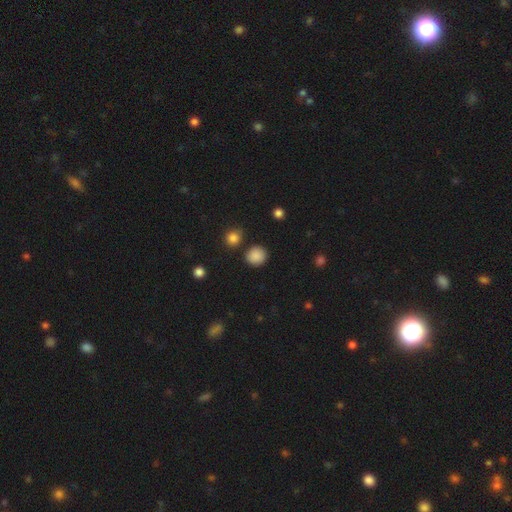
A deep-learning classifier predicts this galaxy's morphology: type=smooth (87%); roundness=round (89%); merging=none (85%).